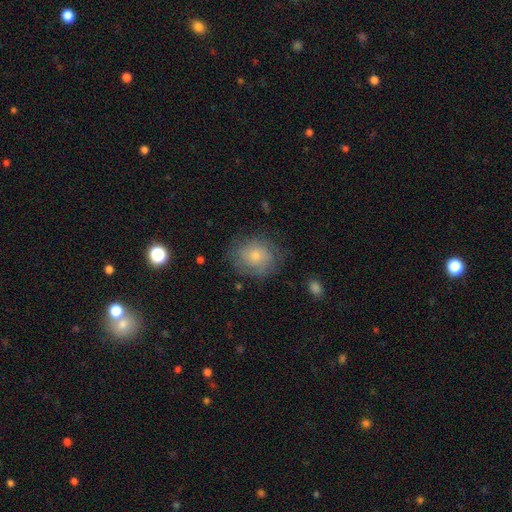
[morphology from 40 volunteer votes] A featured or disk galaxy (55%) with no bar (82%), tight (85%) spiral arms (91%) and a small central bulge (55%). Merging: none (70%).